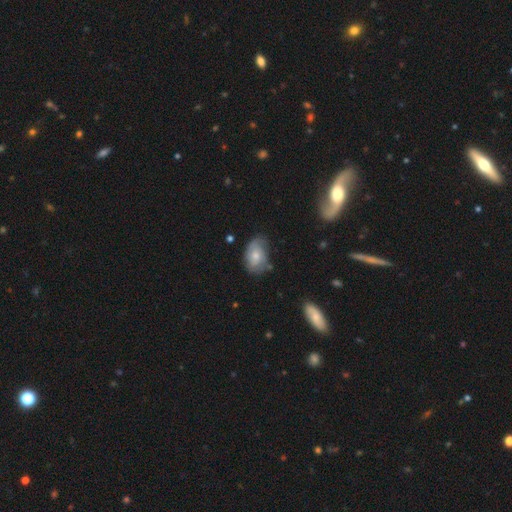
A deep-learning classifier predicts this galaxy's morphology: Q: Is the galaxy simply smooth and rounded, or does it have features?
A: smooth — 57%.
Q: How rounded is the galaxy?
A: in between — 85%.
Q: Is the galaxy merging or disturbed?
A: none — 57%.